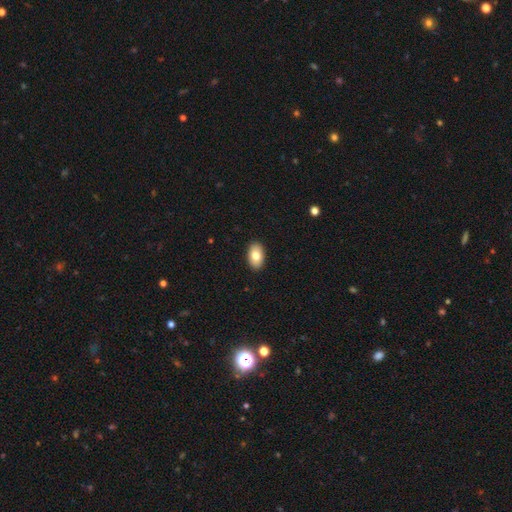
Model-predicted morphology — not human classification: Smooth or featured? Predicted: smooth (p=0.81). How rounded? Predicted: in between (p=0.93). Merging? Predicted: none (p=0.90).